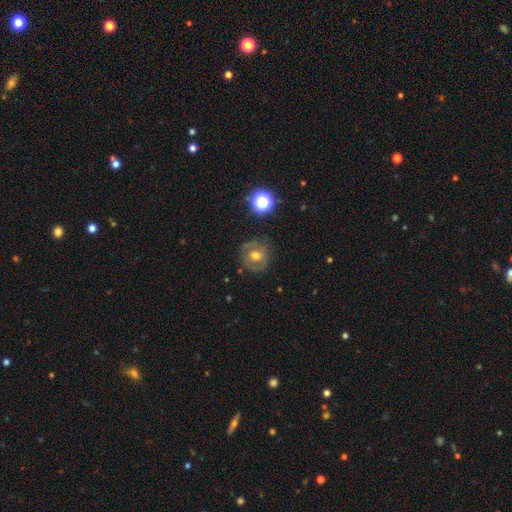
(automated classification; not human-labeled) Morphology: type=featured or disk (45%); merging=none (71%).